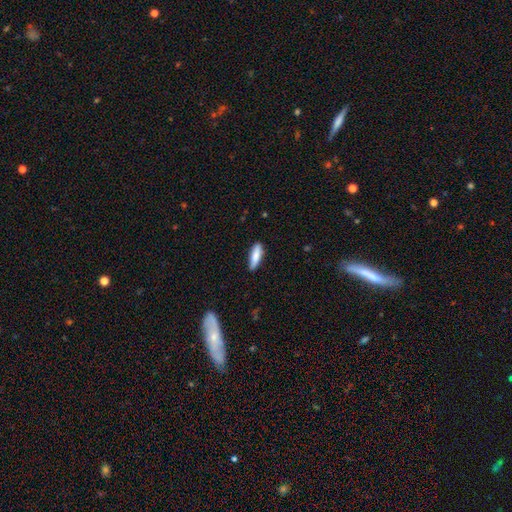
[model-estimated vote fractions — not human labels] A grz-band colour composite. It shows a smooth galaxy with no disk features (83%) that is cigar-shaped (58%). Merging: none (82%).